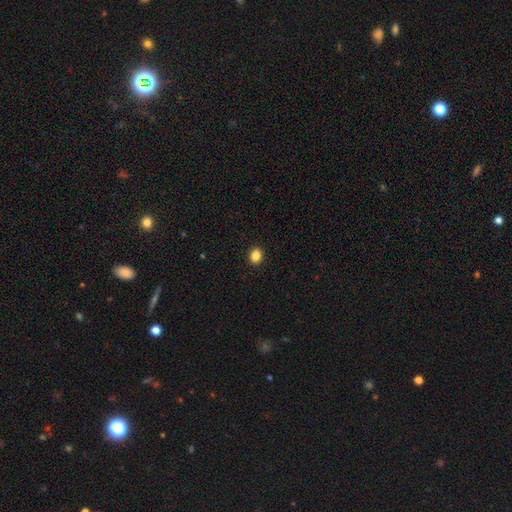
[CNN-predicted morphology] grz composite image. It shows a smooth galaxy with no disk features (86%) that is round (60%). Merging: none (92%).